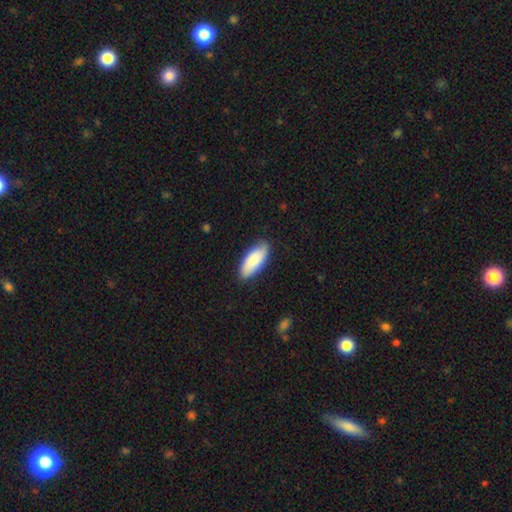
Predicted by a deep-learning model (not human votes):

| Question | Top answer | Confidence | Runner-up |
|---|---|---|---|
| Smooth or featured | smooth | 84% | featured or disk (11%) |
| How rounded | in between | 82% | cigar-shaped (16%) |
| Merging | none | 84% | minor disturbance (13%) |